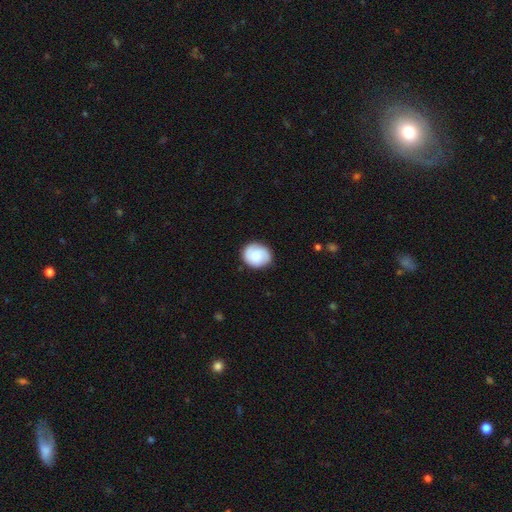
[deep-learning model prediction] Smooth or featured? Predicted: smooth (p=0.61). How rounded? Predicted: round (p=0.71). Merging? Predicted: none (p=0.81).